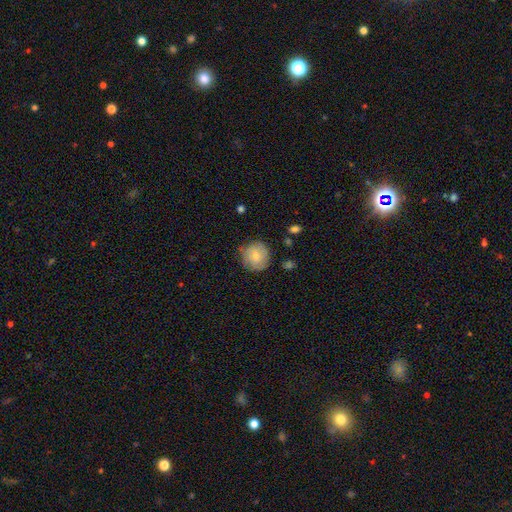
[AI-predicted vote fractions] This is likely a smooth galaxy (67%). How rounded: clearly round (90%). Merging: likely none (76%).